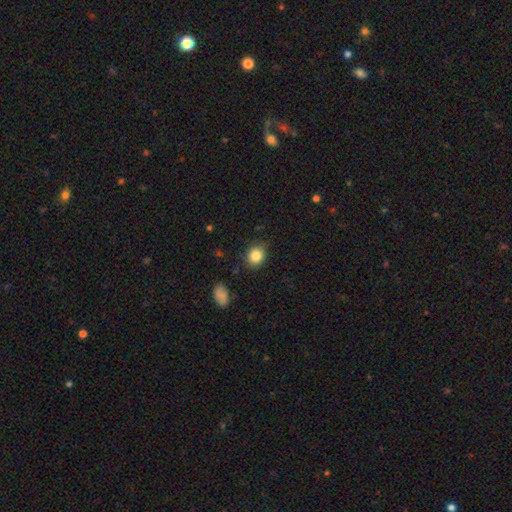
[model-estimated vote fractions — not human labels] Q: Smooth or featured?
A: smooth (85%); runner-up: star or artifact (10%)
Q: How rounded?
A: round (66%); runner-up: in between (33%)
Q: Merging?
A: none (82%); runner-up: minor disturbance (13%)